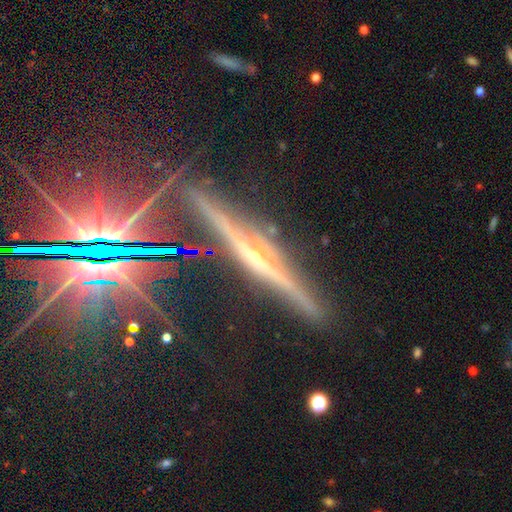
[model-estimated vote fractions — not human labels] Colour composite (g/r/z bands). It shows a featured or disk galaxy (73%) viewed edge-on (97%) with a rounded central bulge (71%). Merging: none (83%).